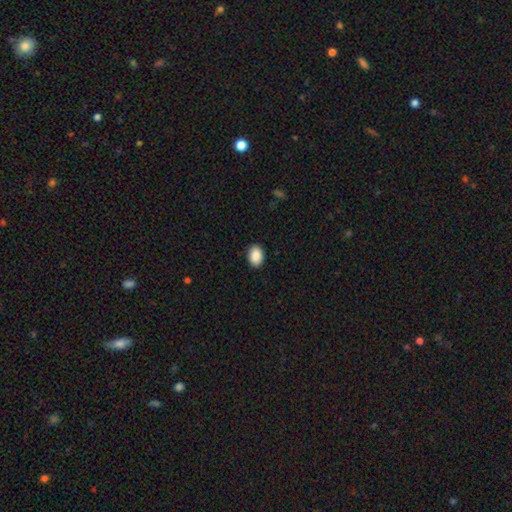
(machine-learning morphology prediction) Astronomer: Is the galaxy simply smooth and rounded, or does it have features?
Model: smooth — 90%.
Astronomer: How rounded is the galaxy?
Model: in between — 75%.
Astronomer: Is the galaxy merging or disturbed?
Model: none — 90%.